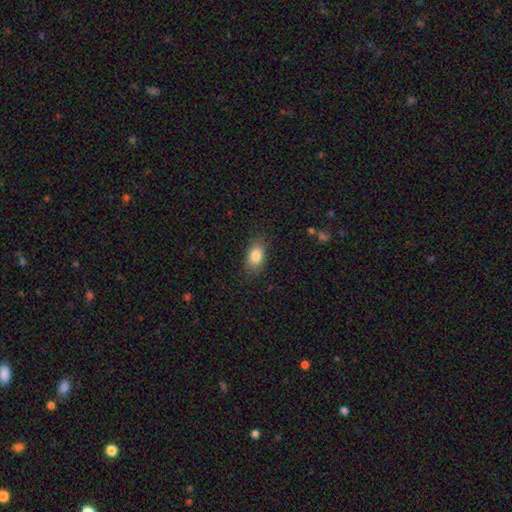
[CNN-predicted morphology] Smooth or featured? smooth (83%)
How rounded? in between (86%)
Merging? none (83%)